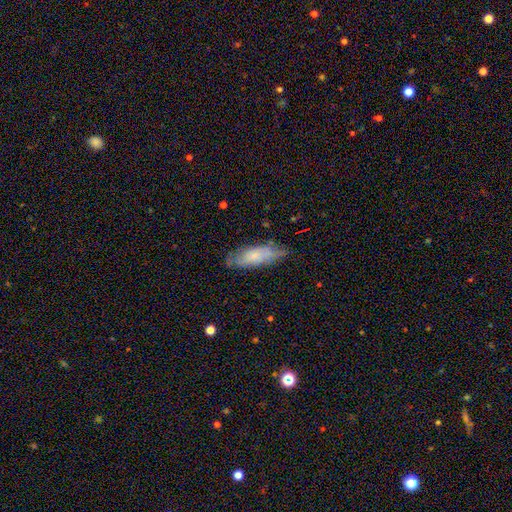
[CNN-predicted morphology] Q: Smooth or featured?
A: smooth (55%); runner-up: featured or disk (37%)
Q: How rounded?
A: in between (59%); runner-up: cigar-shaped (39%)
Q: Merging?
A: none (67%); runner-up: minor disturbance (25%)